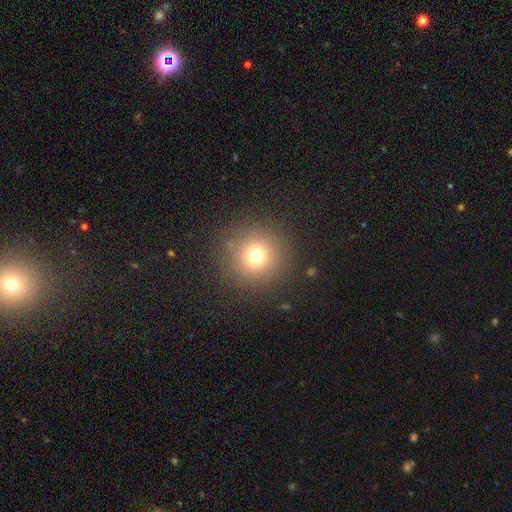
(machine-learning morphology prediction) smooth 72%, star or artifact 19%, featured or disk 9%. Down the decision tree: how rounded — round (95%); merging — none (88%).